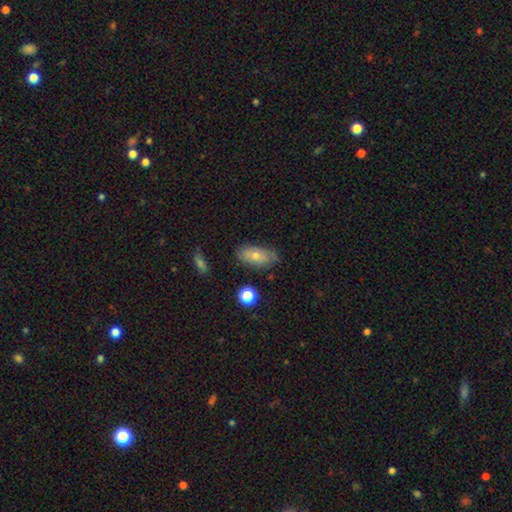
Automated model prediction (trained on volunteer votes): Morphology: type=smooth (66%); roundness=in between (87%); merging=none (75%).